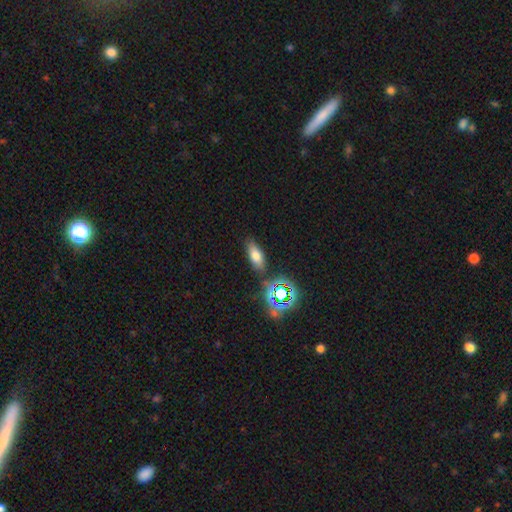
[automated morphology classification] Overall: smooth (69%). How rounded: in between (75%). Merging: none (81%).